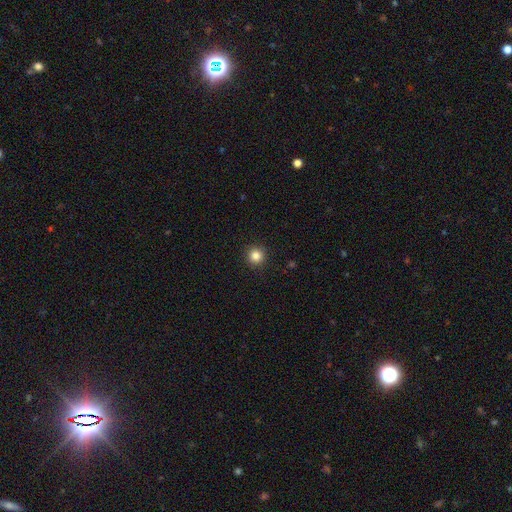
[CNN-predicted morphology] Smooth or featured: smooth — 84% (star or artifact — 12%)
How rounded: round — 95% (in between — 4%)
Merging: none — 92% (minor disturbance — 5%)